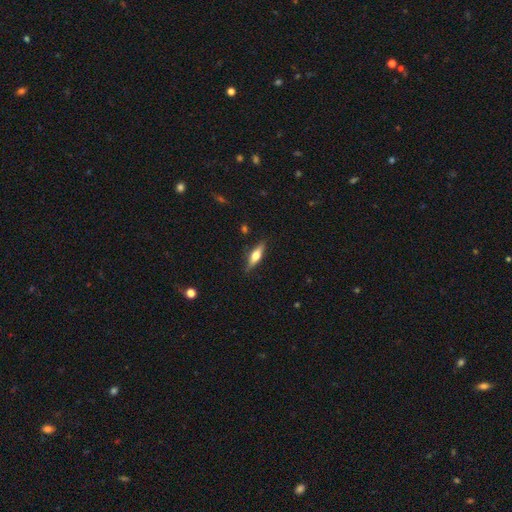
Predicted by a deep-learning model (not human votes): The model was most divided on "smooth or featured": smooth: 50%, featured or disk: 44%, star or artifact: 6%. More confident: merging — none (85%); how rounded — cigar-shaped (57%).